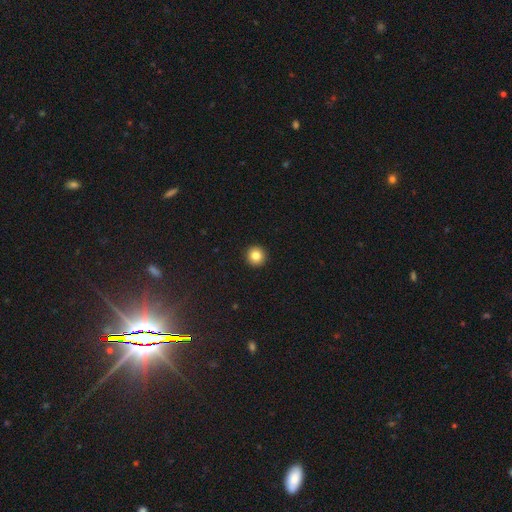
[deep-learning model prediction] Morphology: type=smooth (83%); roundness=round (96%); merging=none (94%).